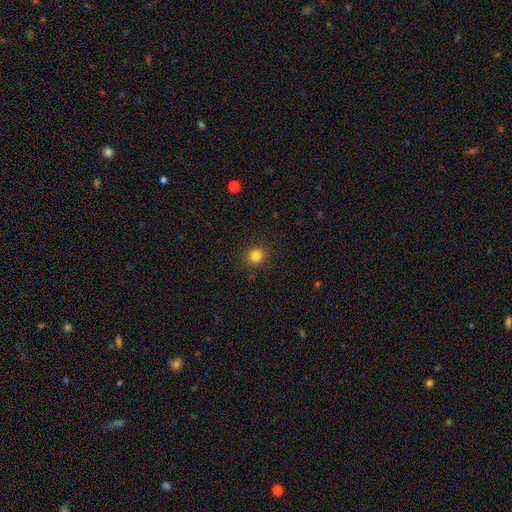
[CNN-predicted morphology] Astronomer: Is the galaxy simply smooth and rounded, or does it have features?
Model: smooth — 83%.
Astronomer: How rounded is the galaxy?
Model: round — 88%.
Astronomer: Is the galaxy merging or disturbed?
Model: none — 90%.